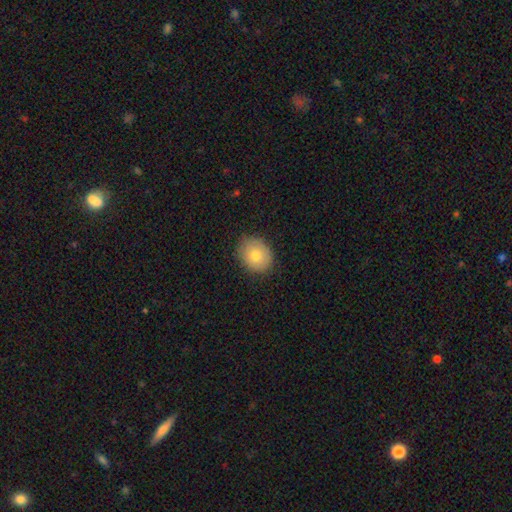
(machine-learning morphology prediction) Overall: smooth (76%). How rounded: round (59%; in between 40%). Merging: none (85%).